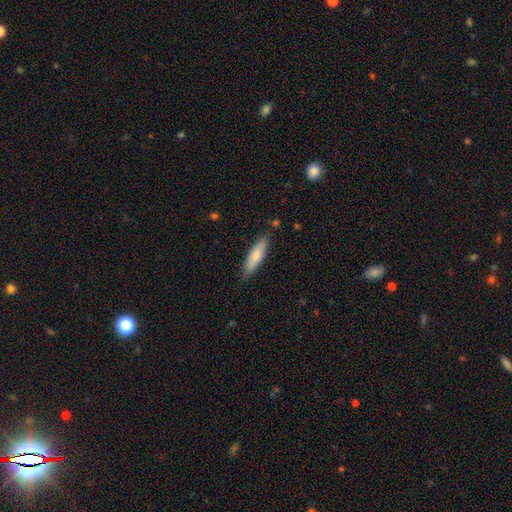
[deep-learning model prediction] A smooth galaxy with no disk features (77%) that is cigar-shaped (72%).

Vote fractions:
- Smooth or featured? smooth: 77% / featured or disk: 17% / star or artifact: 5%
- How rounded? cigar-shaped: 72% / in between: 27% / round: 1%
- Merging? none: 85% / minor disturbance: 12% / major disturbance: 2% / merger: 1%